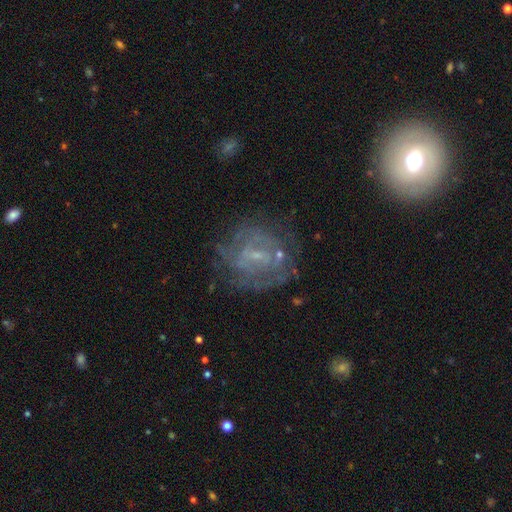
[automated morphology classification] featured or disk 69%, smooth 18%, star or artifact 13%. Down the decision tree: edge-on disk — no (97%); bar — weak (47%); spiral arms — yes (60%); bulge size — small (68%); merging — none (65%).